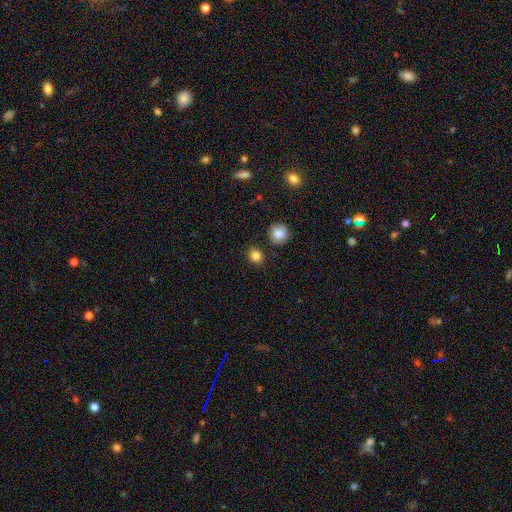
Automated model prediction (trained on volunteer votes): This is clearly a smooth galaxy (83%). How rounded: likely round (67%). Merging: clearly none (83%).